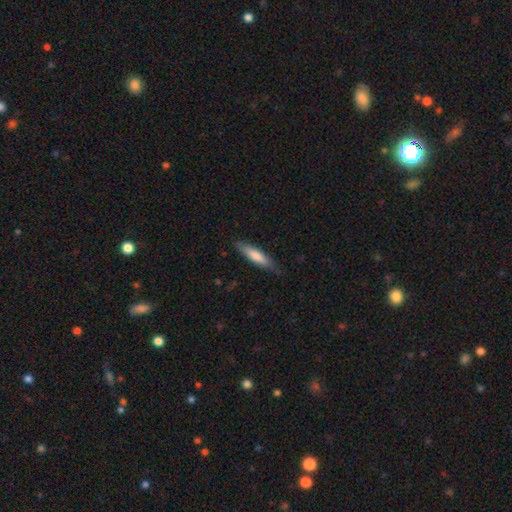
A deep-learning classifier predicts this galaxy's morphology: Smooth or featured? Predicted: smooth (p=0.74). How rounded? Predicted: cigar-shaped (p=0.76). Merging? Predicted: none (p=0.81).